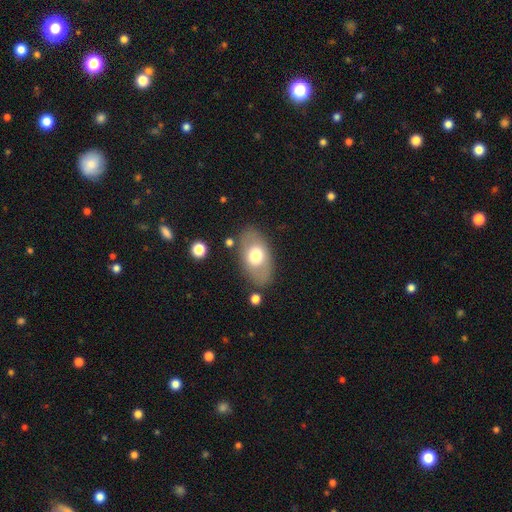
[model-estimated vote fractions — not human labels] Q: Smooth or featured?
A: smooth (66%); runner-up: featured or disk (27%)
Q: How rounded?
A: in between (90%); runner-up: round (8%)
Q: Merging?
A: none (80%); runner-up: minor disturbance (13%)